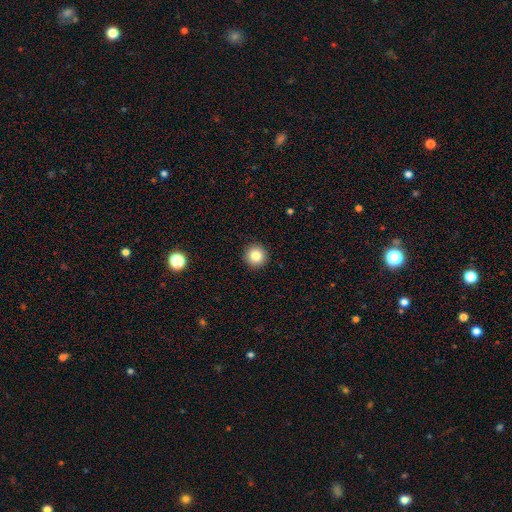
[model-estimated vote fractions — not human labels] Smooth or featured? Predicted: smooth (p=0.83). How rounded? Predicted: round (p=0.96). Merging? Predicted: none (p=0.93).